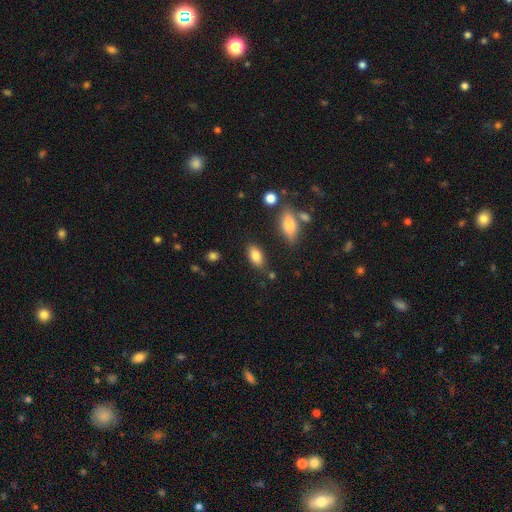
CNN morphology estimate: type=smooth (82%); roundness=in between (90%); merging=none (81%).